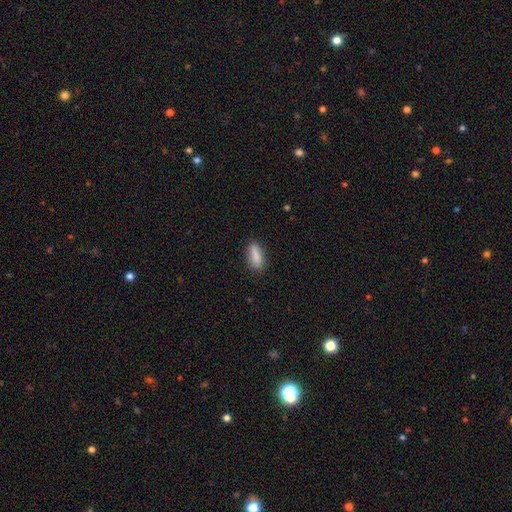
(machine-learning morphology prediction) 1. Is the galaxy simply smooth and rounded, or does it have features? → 86% smooth, 7% star or artifact, 6% featured or disk.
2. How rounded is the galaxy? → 67% in between, 31% cigar-shaped, 3% round.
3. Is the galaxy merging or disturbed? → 85% none, 11% minor disturbance, 3% major disturbance, 1% merger.